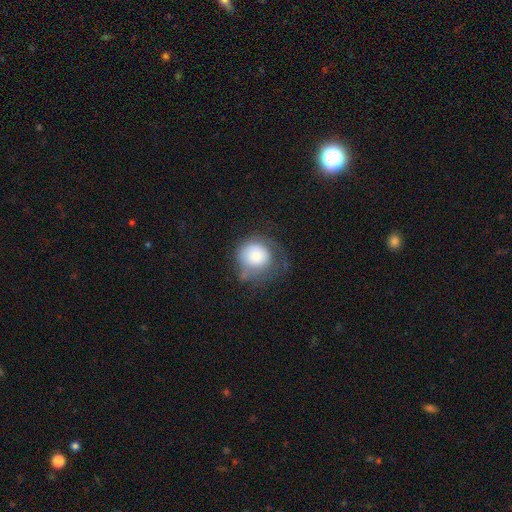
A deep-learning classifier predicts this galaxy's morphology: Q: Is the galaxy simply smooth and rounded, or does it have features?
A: smooth — 70%.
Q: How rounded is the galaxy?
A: round — 87%.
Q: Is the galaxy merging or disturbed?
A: none — 44%.